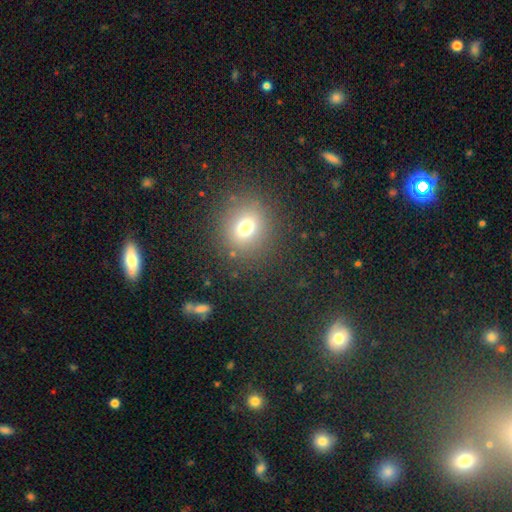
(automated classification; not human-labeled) A smooth galaxy with no disk features (63%) that is round (82%). Merging: none (89%).